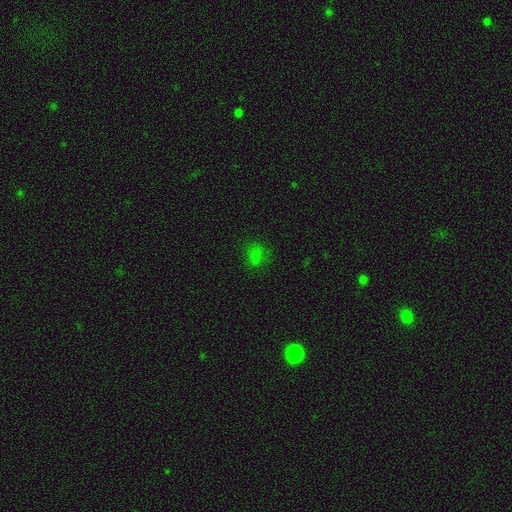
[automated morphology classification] Smooth or featured? smooth (57%)
How rounded? round (53%)
Merging? none (65%)